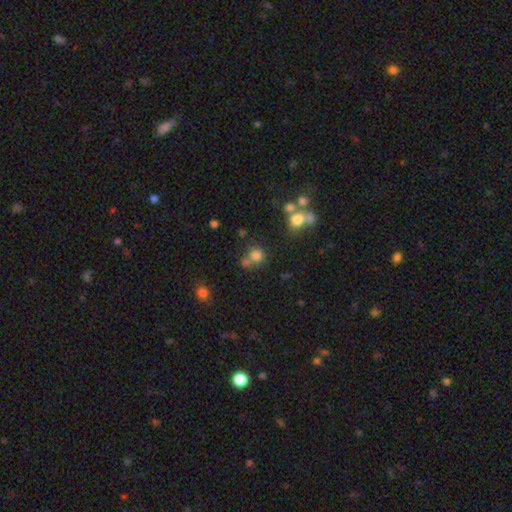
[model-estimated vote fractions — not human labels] This appears to be a smooth galaxy with no disk features (74%) that is round (85%). Merging: none (54%).